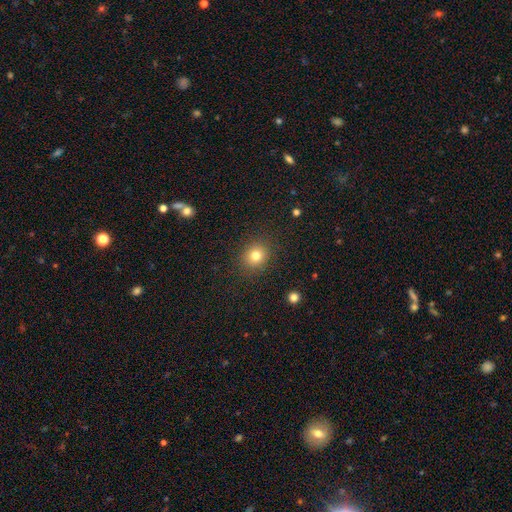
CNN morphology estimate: A smooth galaxy with no disk features (79%) that is round (79%).

Vote fractions:
- Smooth or featured? smooth: 79% / star or artifact: 13% / featured or disk: 8%
- How rounded? round: 79% / in between: 20% / cigar-shaped: 1%
- Merging? none: 88% / minor disturbance: 8% / major disturbance: 3% / merger: 1%